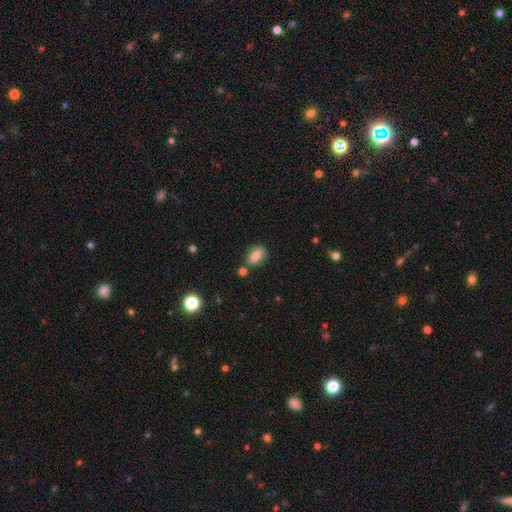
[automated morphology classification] smooth_or_featured: smooth (p=0.79) [alt: featured or disk p=0.12]
how_rounded: in between (p=0.81) [alt: round p=0.13]
merging: none (p=0.75) [alt: minor disturbance p=0.14]